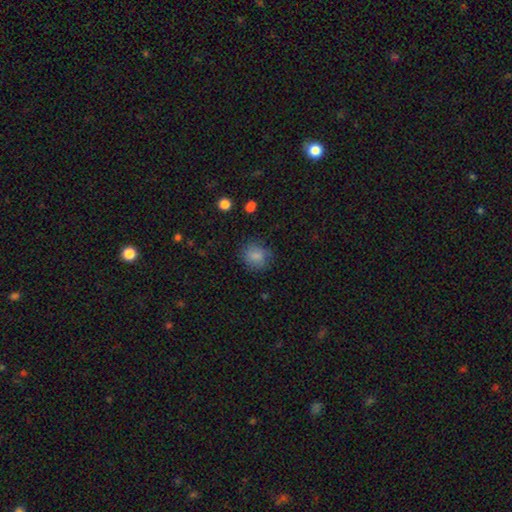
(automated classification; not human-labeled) Smooth or featured? smooth (83%)
How rounded? round (74%)
Merging? none (76%)